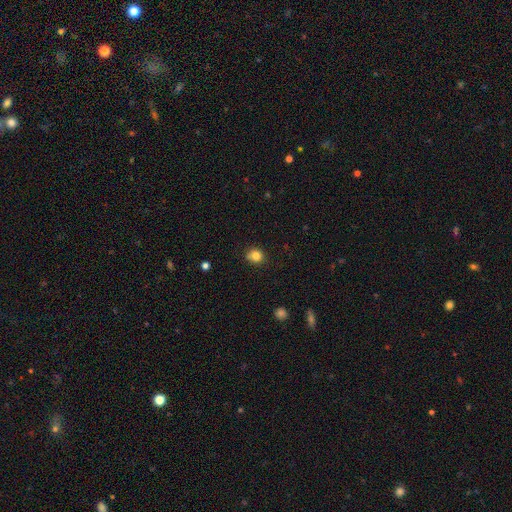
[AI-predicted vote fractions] Overall: smooth (82%). How rounded: round (82%). Merging: none (84%).